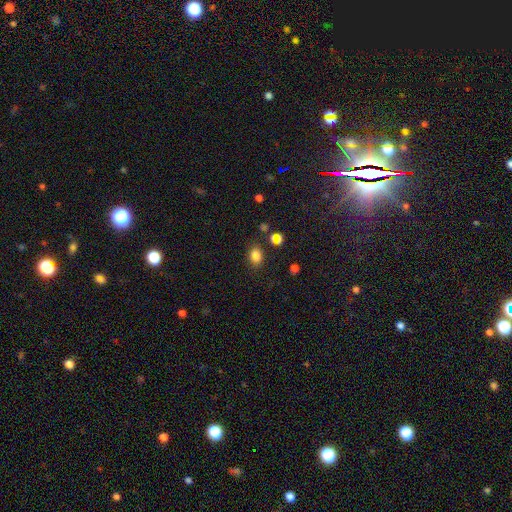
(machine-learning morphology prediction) smooth 82%, star or artifact 12%, featured or disk 5%. Down the decision tree: how rounded — in between (68%); merging — none (80%).